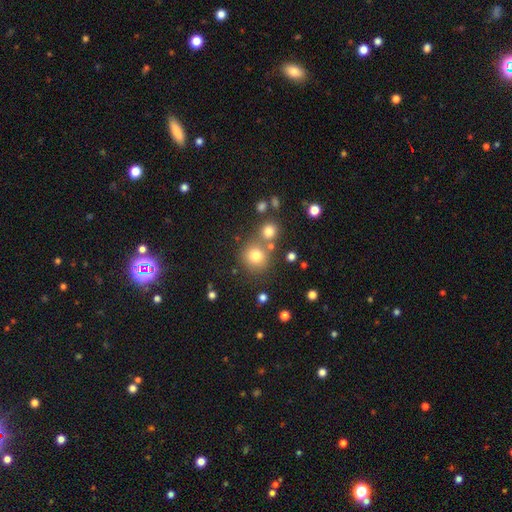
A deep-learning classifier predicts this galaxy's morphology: smooth-or-featured: smooth: 77% | star or artifact: 14% | featured or disk: 8%
  how-rounded: round: 90% | in between: 9% | cigar-shaped: 1%
  merging: none: 68% | merger: 19% | minor disturbance: 9% | major disturbance: 4%